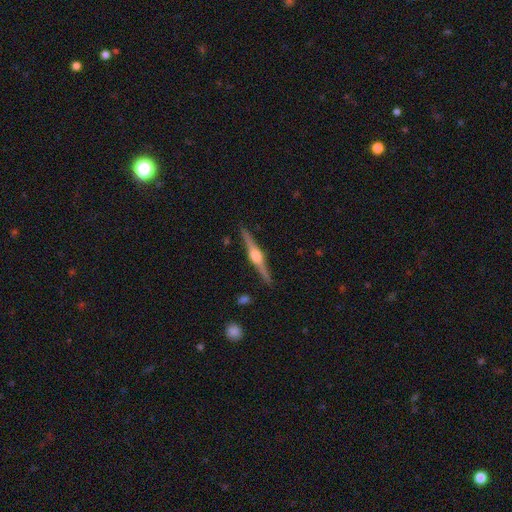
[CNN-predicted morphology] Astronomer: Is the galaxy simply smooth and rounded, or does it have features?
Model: featured or disk — 84%.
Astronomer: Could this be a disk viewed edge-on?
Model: yes — 98%.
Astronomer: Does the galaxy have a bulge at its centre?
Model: rounded — 91%.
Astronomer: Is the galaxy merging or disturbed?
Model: none — 90%.